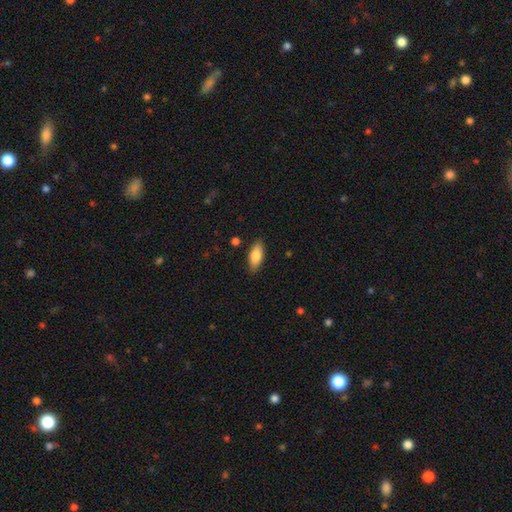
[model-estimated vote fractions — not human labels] smooth-or-featured: smooth: 80% | featured or disk: 14% | star or artifact: 6%
  how-rounded: in between: 79% | cigar-shaped: 19% | round: 2%
  merging: none: 86% | minor disturbance: 10% | major disturbance: 2% | merger: 2%